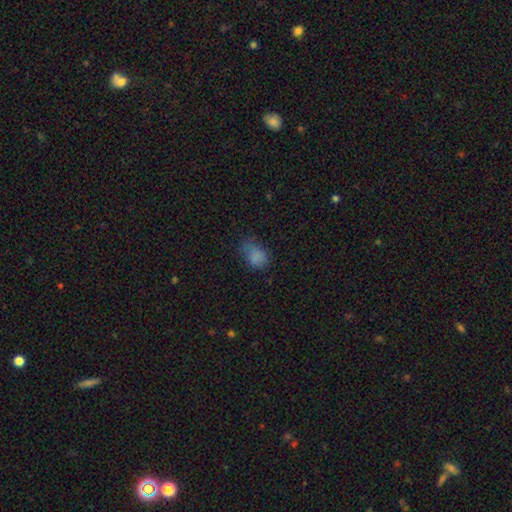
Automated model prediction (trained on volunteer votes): smooth_or_featured: smooth (p=0.80) [alt: star or artifact p=0.14]
how_rounded: in between (p=0.73) [alt: round p=0.25]
merging: none (p=0.52) [alt: minor disturbance p=0.31]